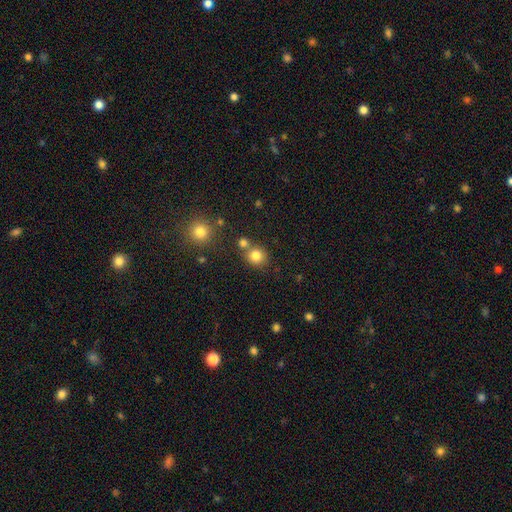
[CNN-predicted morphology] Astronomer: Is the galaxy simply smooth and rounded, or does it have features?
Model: smooth — 82%.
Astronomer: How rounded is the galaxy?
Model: round — 85%.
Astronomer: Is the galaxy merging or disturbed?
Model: none — 69%.